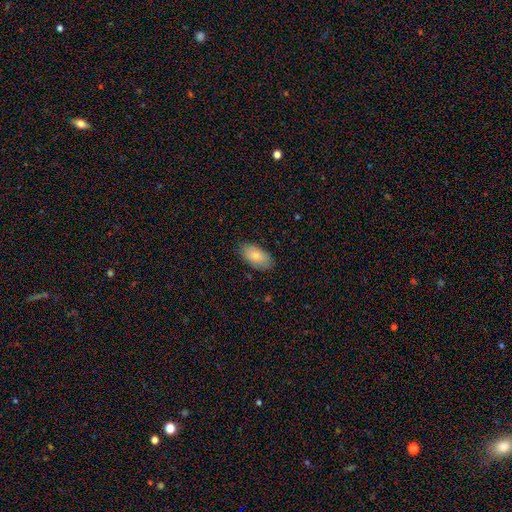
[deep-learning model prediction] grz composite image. It shows a smooth galaxy with no disk features (82%) that is in between round and cigar-shaped (94%). Merging: none (85%).